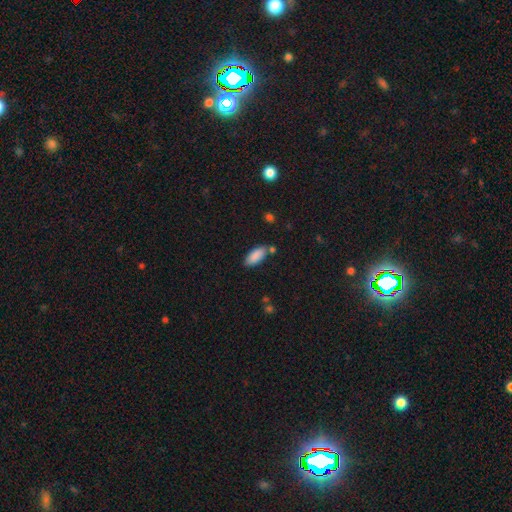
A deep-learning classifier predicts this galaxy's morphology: A smooth galaxy with no disk features (89%) that is in between round and cigar-shaped (85%). Merging: none (76%).